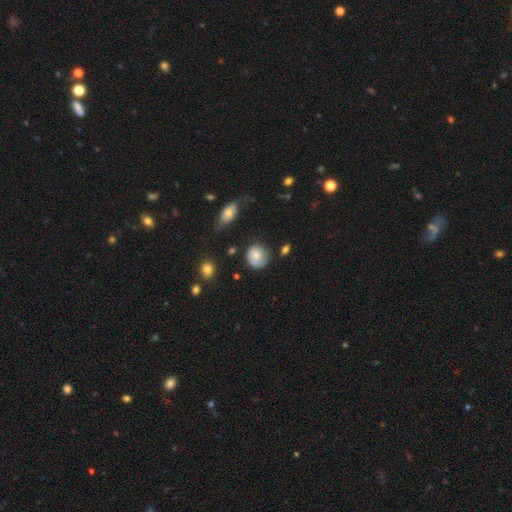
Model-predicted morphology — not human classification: Overall: smooth (68%). How rounded: round (76%). Merging: none (56%; minor disturbance 28%).